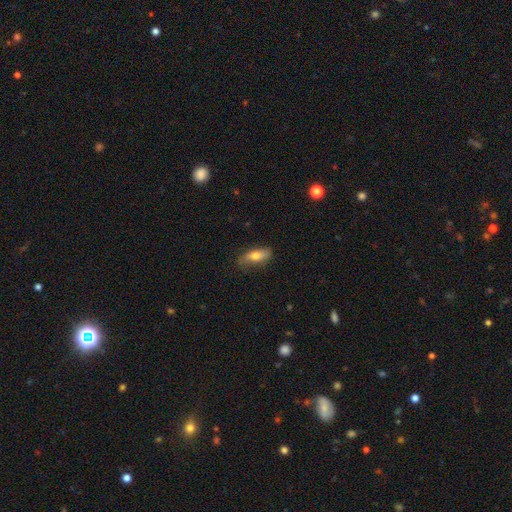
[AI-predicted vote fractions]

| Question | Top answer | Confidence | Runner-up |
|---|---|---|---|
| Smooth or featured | smooth | 66% | featured or disk (27%) |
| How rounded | in between | 67% | cigar-shaped (29%) |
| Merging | none | 75% | minor disturbance (20%) |